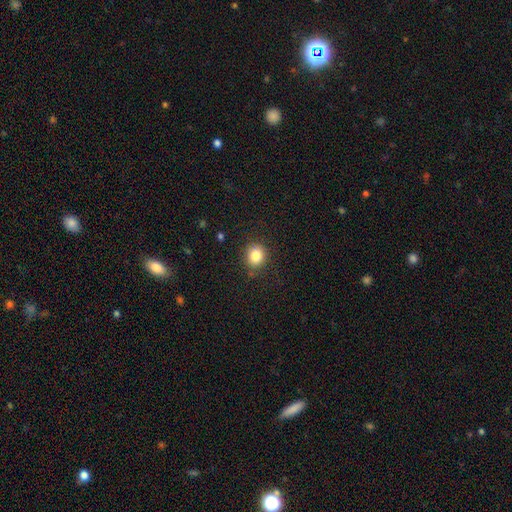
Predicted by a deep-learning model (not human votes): Smooth or featured: smooth — 84% (star or artifact — 11%)
How rounded: round — 75% (in between — 25%)
Merging: none — 86% (minor disturbance — 10%)